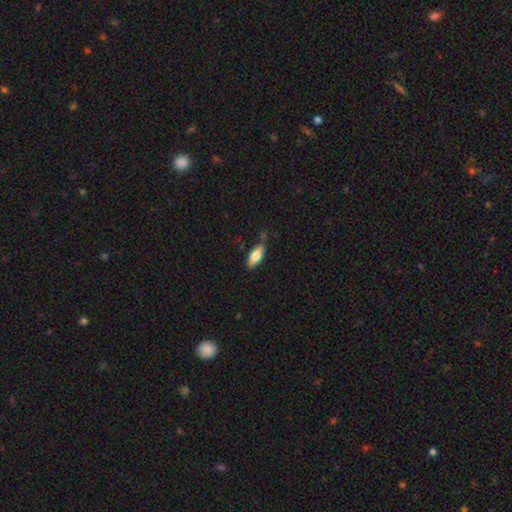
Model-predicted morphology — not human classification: type=smooth (78%); roundness=in between (79%); merging=none (70%).